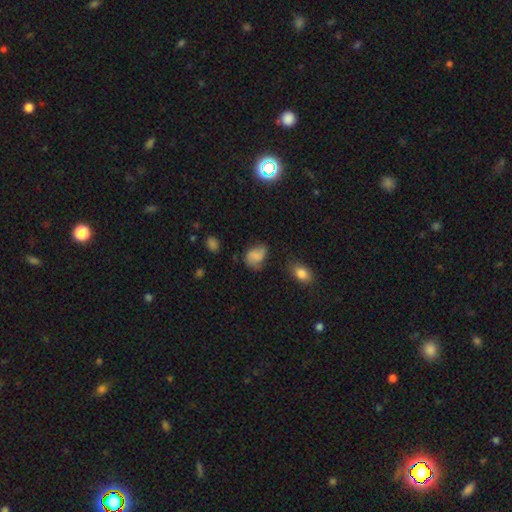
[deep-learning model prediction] A smooth galaxy with no disk features (68%) that is in between round and cigar-shaped (69%).

Vote fractions:
- Smooth or featured? smooth: 68% / featured or disk: 21% / star or artifact: 11%
- How rounded? in between: 69% / round: 29% / cigar-shaped: 1%
- Merging? none: 52% / minor disturbance: 32% / major disturbance: 13% / merger: 4%